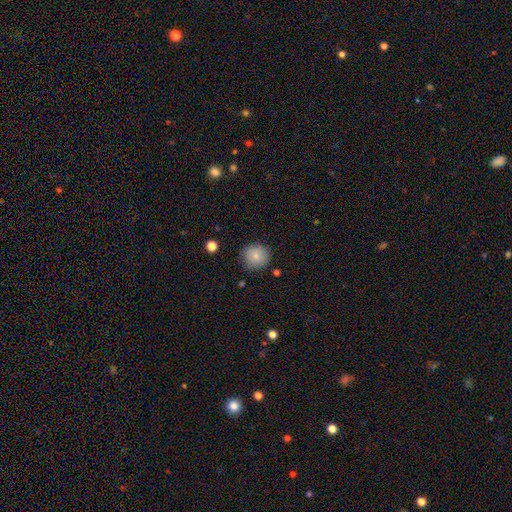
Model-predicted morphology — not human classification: A smooth galaxy with no disk features (82%) that is round (90%). Merging: none (81%).